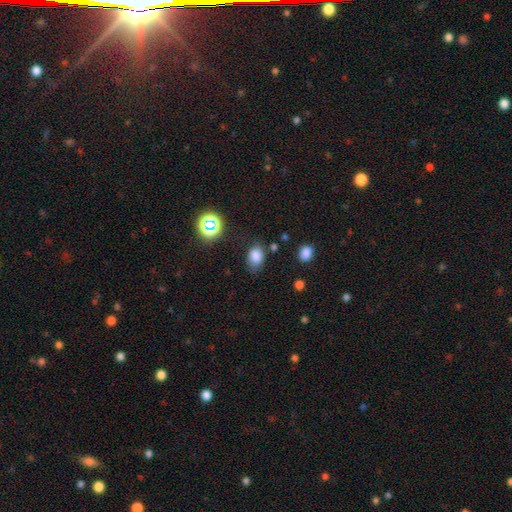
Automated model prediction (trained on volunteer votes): Morphology: type=smooth (80%); roundness=in between (76%); merging=none (69%).